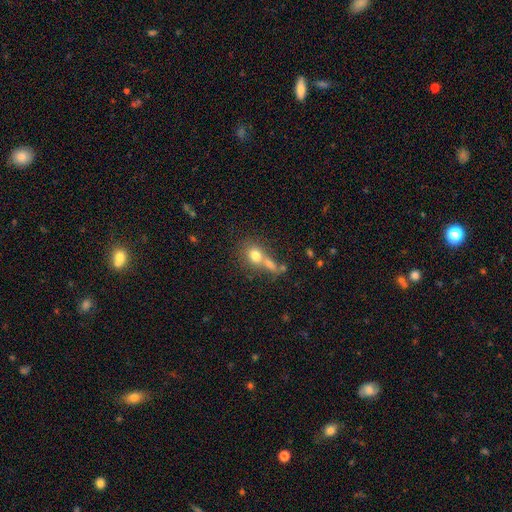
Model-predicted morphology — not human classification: Smooth or featured: smooth — 75% (featured or disk — 14%)
How rounded: round — 61% (in between — 37%)
Merging: merger — 45% (none — 37%)